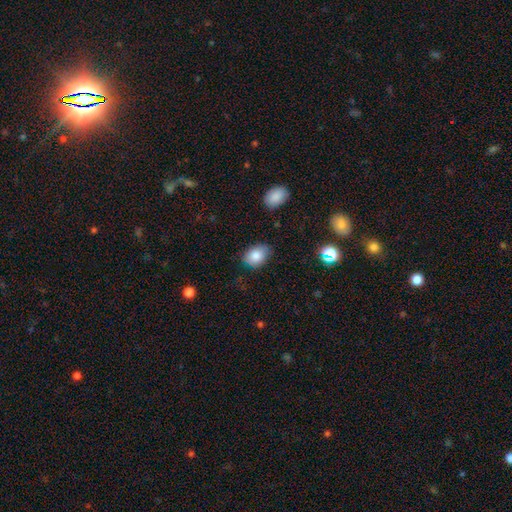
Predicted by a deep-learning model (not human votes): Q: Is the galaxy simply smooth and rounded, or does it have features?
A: smooth — 84%.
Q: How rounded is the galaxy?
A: in between — 75%.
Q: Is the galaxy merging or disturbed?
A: none — 76%.